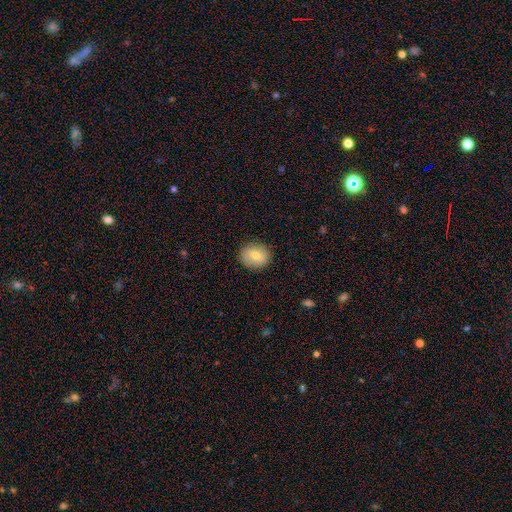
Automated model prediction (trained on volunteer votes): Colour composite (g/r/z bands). It shows a smooth galaxy with no disk features (76%) that is round (76%). Merging: none (88%).